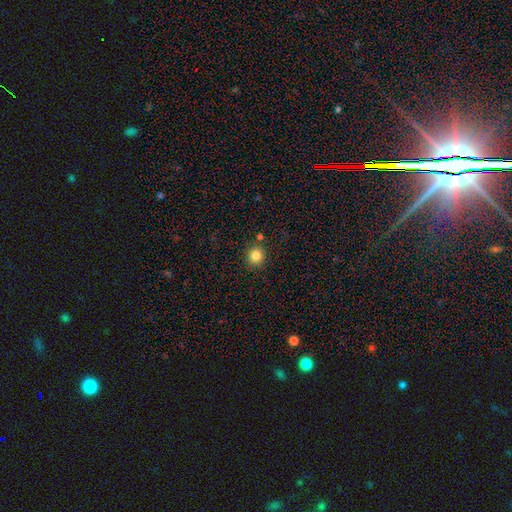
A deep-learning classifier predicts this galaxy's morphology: type=smooth (83%); roundness=round (88%); merging=none (86%).